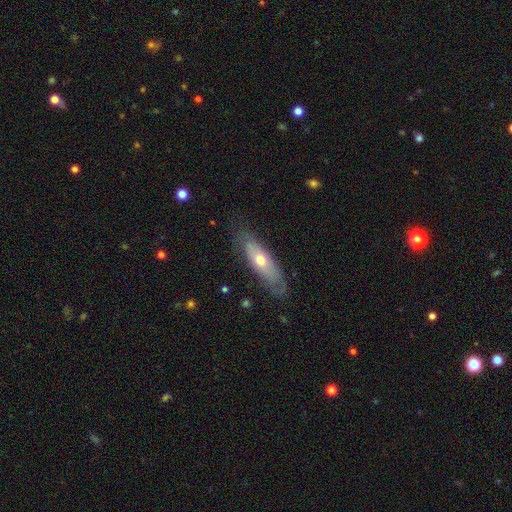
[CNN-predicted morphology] The model was most divided on "smooth or featured": featured or disk: 46%, smooth: 39%, star or artifact: 14%. More confident: merging — none (84%).